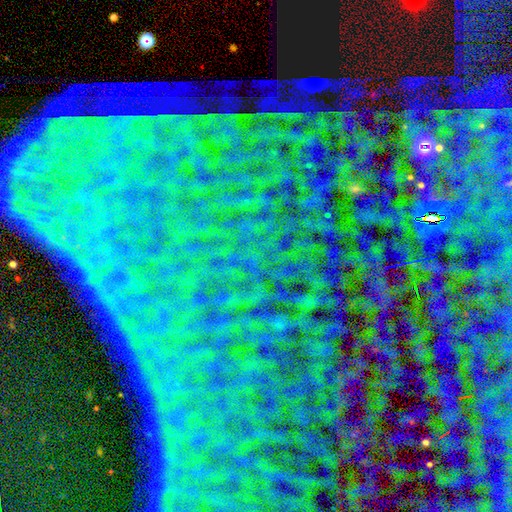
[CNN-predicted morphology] This is clearly a star or artifact rather than a galaxy (83%).